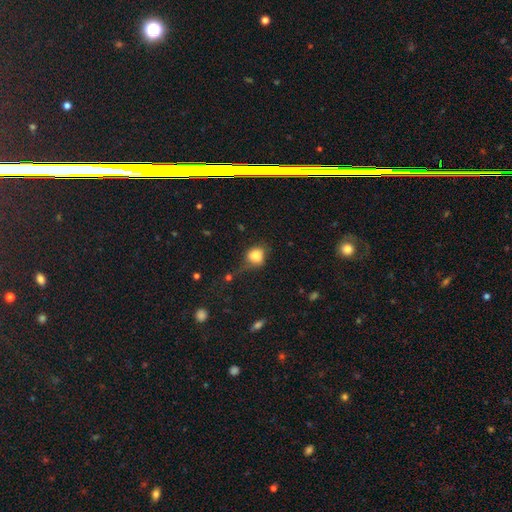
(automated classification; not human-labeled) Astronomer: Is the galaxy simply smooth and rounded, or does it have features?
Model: smooth — 80%.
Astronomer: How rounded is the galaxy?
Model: round — 68%.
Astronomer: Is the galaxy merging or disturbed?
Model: none — 45% (runner-up: minor disturbance, 32%).